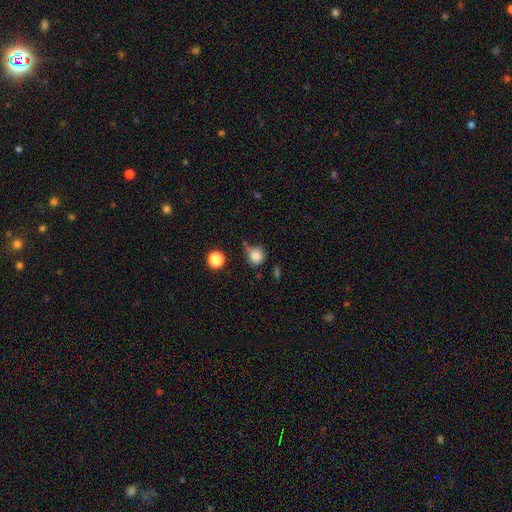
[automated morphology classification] Smooth or featured: smooth — 84% (star or artifact — 11%)
How rounded: round — 85% (in between — 14%)
Merging: none — 52% (minor disturbance — 27%)